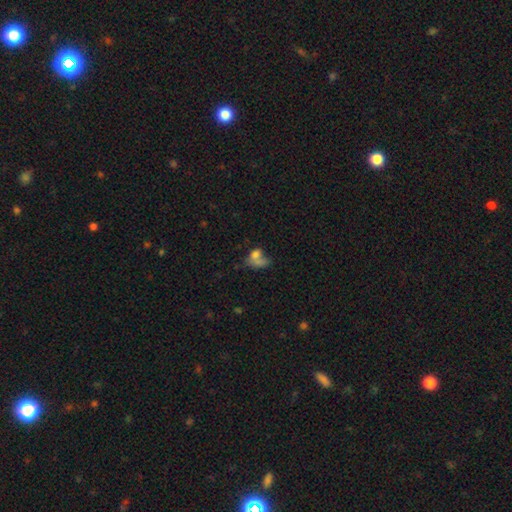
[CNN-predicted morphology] Q: Smooth or featured?
A: smooth (69%); runner-up: featured or disk (17%)
Q: How rounded?
A: in between (70%); runner-up: round (26%)
Q: Merging?
A: merger (42%); runner-up: none (25%)